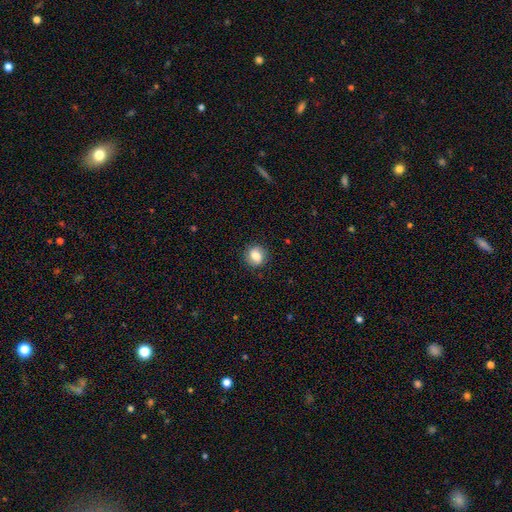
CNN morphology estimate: smooth-or-featured: smooth: 77% | featured or disk: 14% | star or artifact: 9%
  how-rounded: round: 80% | in between: 19% | cigar-shaped: 1%
  merging: none: 86% | minor disturbance: 10% | major disturbance: 3% | merger: 1%